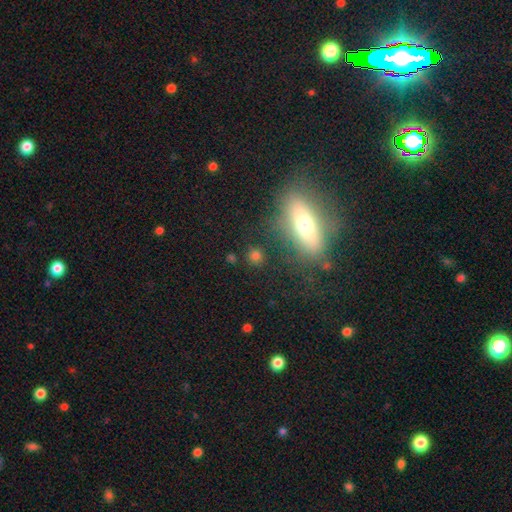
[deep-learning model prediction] This appears to be a smooth galaxy with no disk features (70%) that is round (64%). Merging: none (80%).